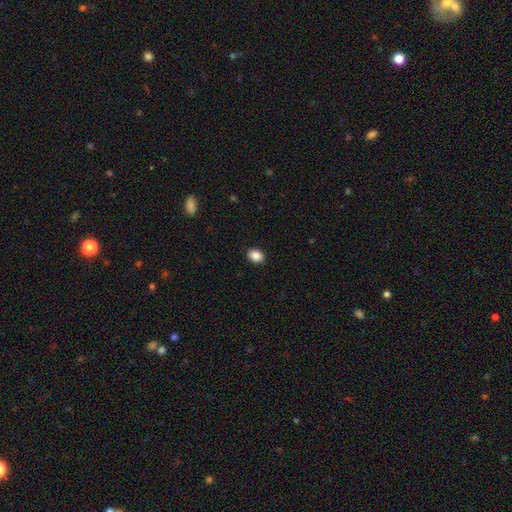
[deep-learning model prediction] Smooth or featured? Predicted: smooth (p=0.88). How rounded? Predicted: in between (p=0.63). Merging? Predicted: none (p=0.91).